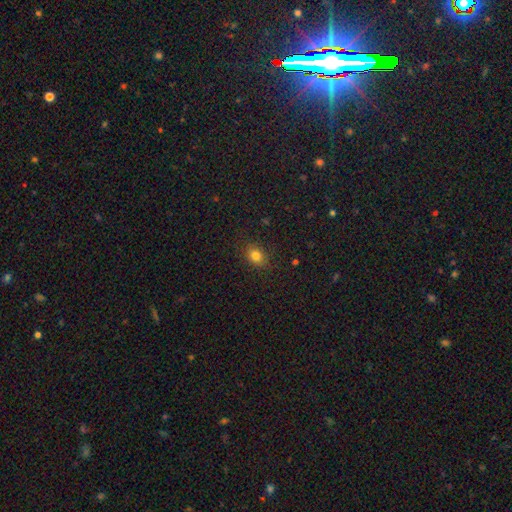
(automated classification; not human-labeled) smooth-or-featured: smooth: 81% | star or artifact: 13% | featured or disk: 7%
  how-rounded: in between: 53% | round: 45% | cigar-shaped: 1%
  merging: none: 84% | minor disturbance: 12% | major disturbance: 3% | merger: 1%